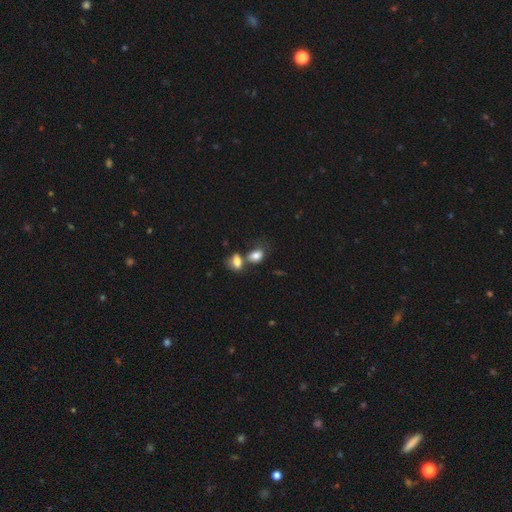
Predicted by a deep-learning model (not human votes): smooth_or_featured: smooth (p=0.81) [alt: featured or disk p=0.10]
how_rounded: in between (p=0.76) [alt: round p=0.22]
merging: merger (p=0.43) [alt: none p=0.37]